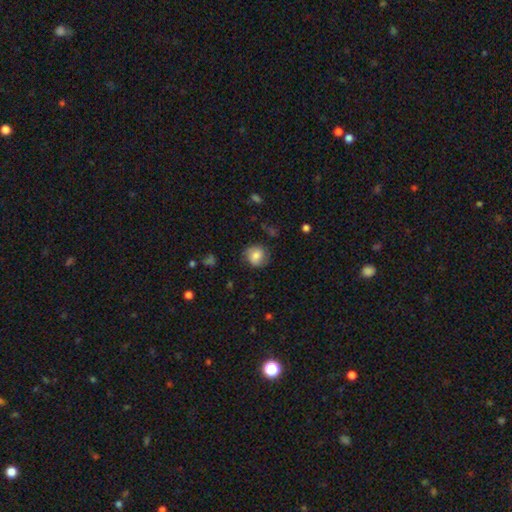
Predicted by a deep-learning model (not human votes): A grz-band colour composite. It shows a smooth galaxy with no disk features (66%) that is round (81%). Merging: none (73%).